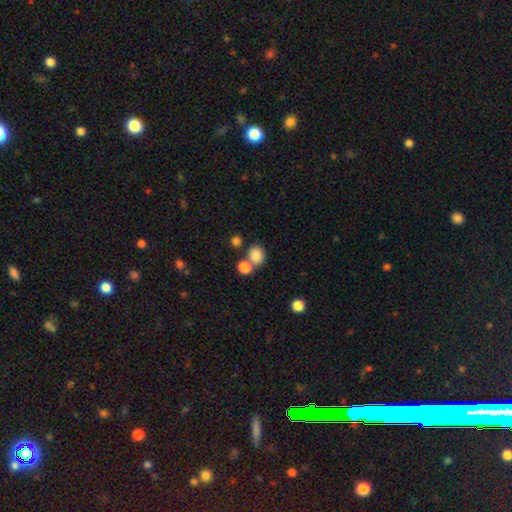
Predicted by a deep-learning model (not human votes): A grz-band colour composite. It shows a smooth galaxy with no disk features (84%) that is round (66%). Merging: none (58%).